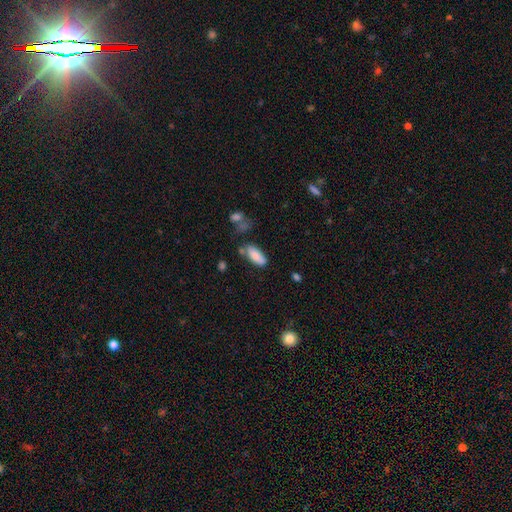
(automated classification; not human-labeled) Smooth or featured? smooth (83%)
How rounded? in between (83%)
Merging? none (62%)